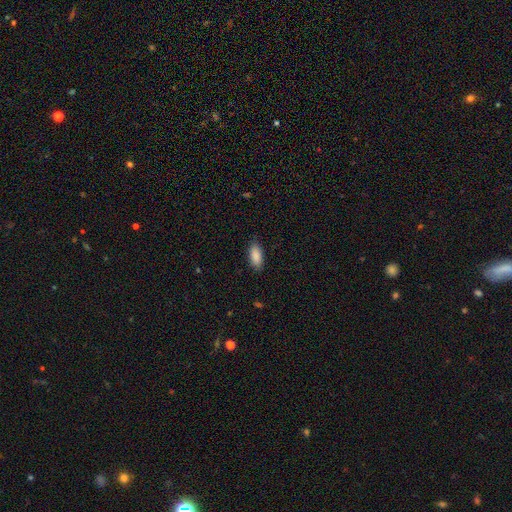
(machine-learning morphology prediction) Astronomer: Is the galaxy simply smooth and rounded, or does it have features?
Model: smooth — 90%.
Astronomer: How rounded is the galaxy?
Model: in between — 86%.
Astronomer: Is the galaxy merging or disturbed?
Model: none — 86%.